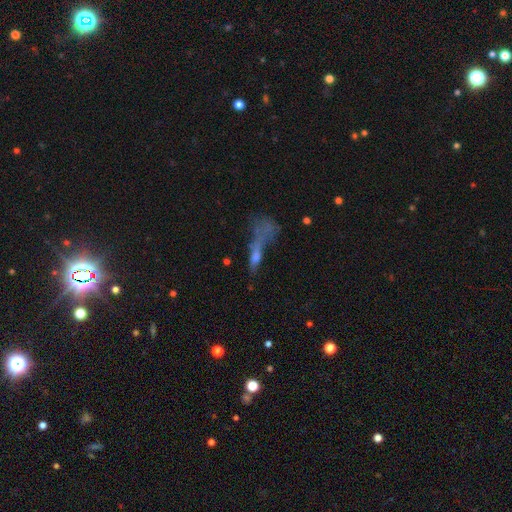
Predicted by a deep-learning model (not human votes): A smooth galaxy with no disk features (44%). Merging: major disturbance (40%).